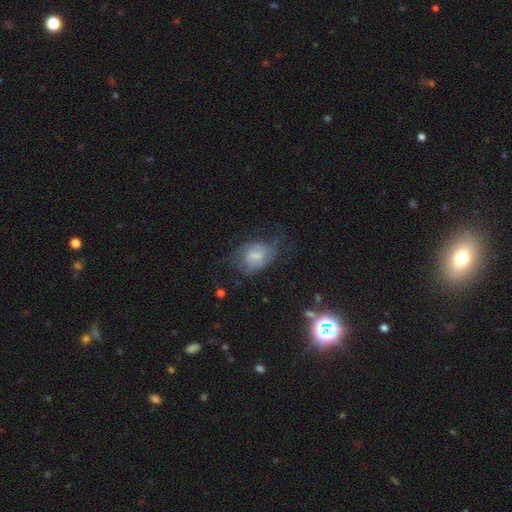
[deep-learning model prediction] Q: Smooth or featured?
A: featured or disk (52%); runner-up: smooth (38%)
Q: Edge-on disk?
A: no (97%); runner-up: yes (3%)
Q: Bar?
A: weak (53%); runner-up: no (34%)
Q: Spiral arms?
A: yes (72%); runner-up: no (28%)
Q: Bulge size?
A: small (35%); runner-up: moderate (34%)
Q: Merging?
A: none (41%); runner-up: minor disturbance (29%)